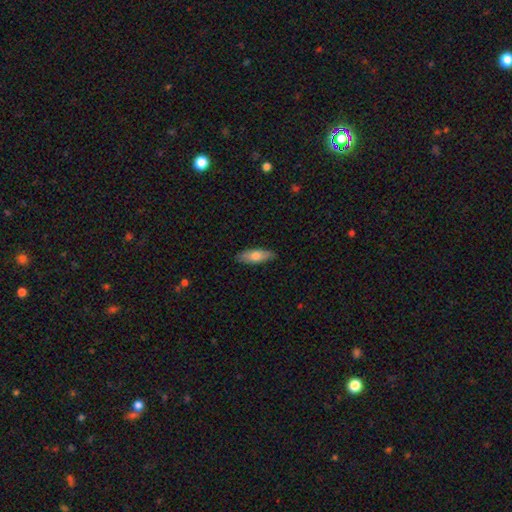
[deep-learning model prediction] Smooth or featured?
  - smooth: 73% *
  - featured or disk: 21%
  - star or artifact: 6%
How rounded?
  - in between: 63% *
  - cigar-shaped: 35%
  - round: 2%
Merging?
  - none: 87% *
  - minor disturbance: 10%
  - major disturbance: 2%
  - merger: 1%